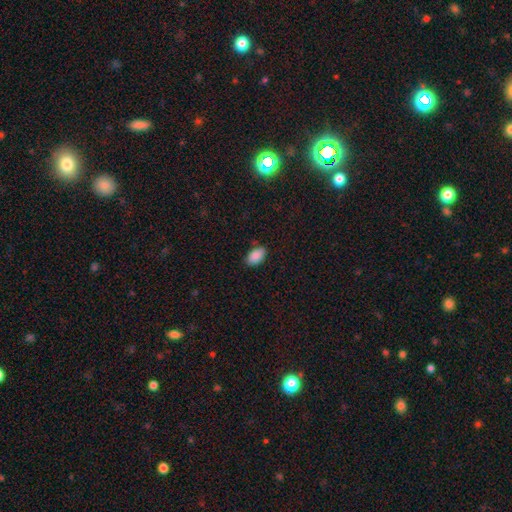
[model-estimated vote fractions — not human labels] A smooth galaxy with no disk features (88%) that is in between round and cigar-shaped (94%). Merging: none (82%).